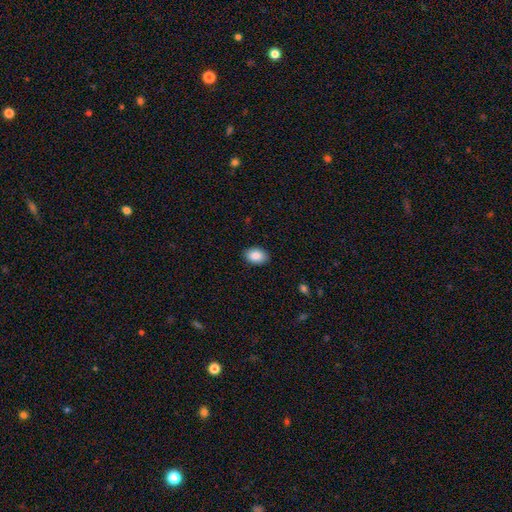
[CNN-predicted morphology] type=smooth (88%); roundness=in between (84%); merging=none (89%).